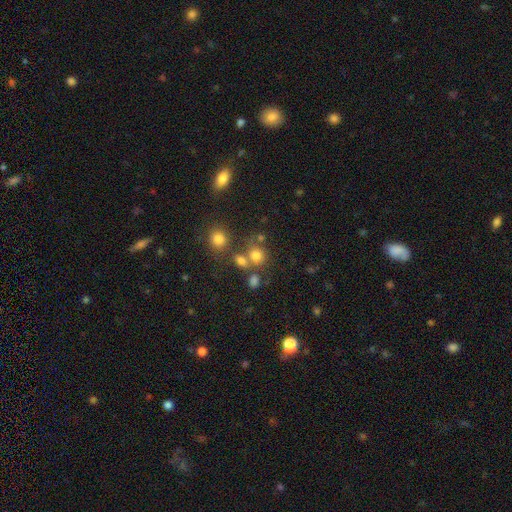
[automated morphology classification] A smooth galaxy with no disk features (74%) that is round (76%).

Vote fractions:
- Smooth or featured? smooth: 74% / star or artifact: 16% / featured or disk: 10%
- How rounded? round: 76% / in between: 23% / cigar-shaped: 1%
- Merging? none: 53% / merger: 29% / minor disturbance: 11% / major disturbance: 6%